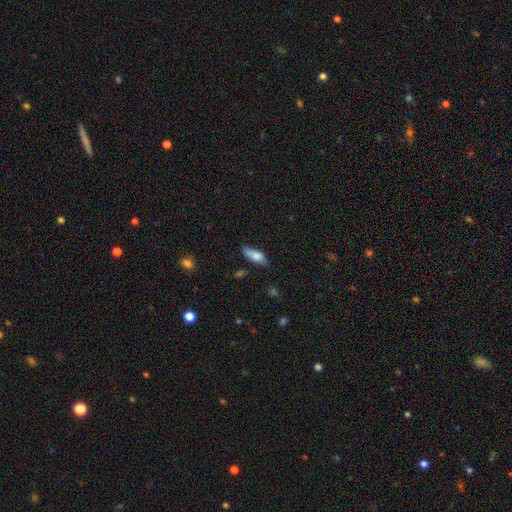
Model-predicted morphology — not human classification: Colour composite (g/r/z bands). It shows a smooth galaxy with no disk features (71%) that is in between round and cigar-shaped (69%). Merging: none (60%).